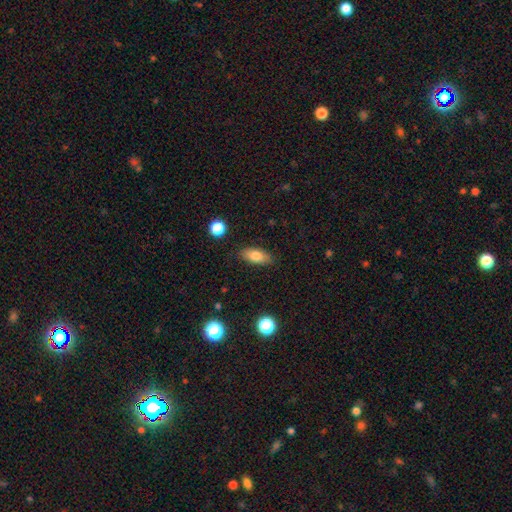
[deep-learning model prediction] Morphology: type=smooth (80%); roundness=in between (84%); merging=none (86%).